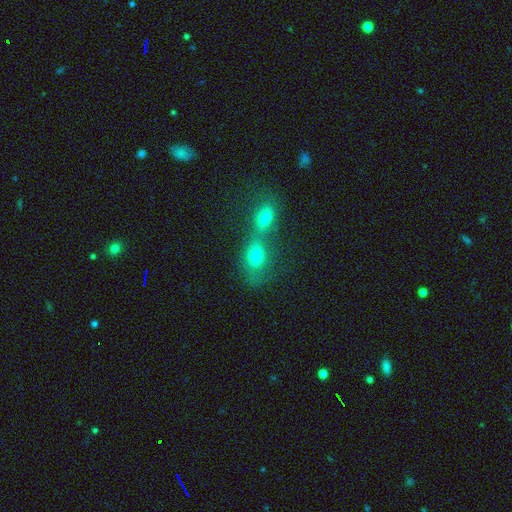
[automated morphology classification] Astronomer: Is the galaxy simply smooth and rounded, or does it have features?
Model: smooth — 74%.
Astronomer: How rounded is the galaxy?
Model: in between — 64%.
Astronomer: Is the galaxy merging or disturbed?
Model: merger — 60%.